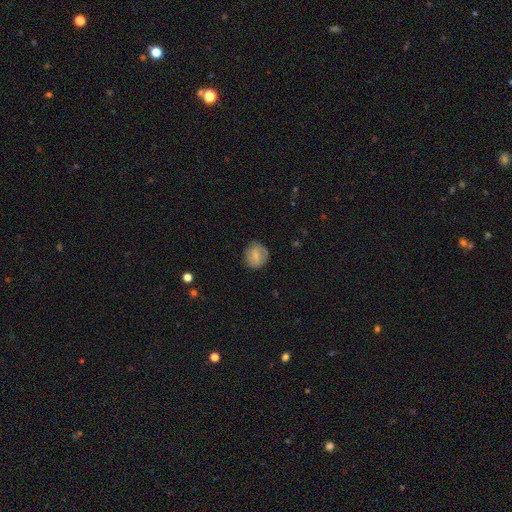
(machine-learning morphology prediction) Smooth or featured: smooth — 64% (featured or disk — 28%)
How rounded: round — 81% (in between — 18%)
Merging: none — 80% (minor disturbance — 14%)